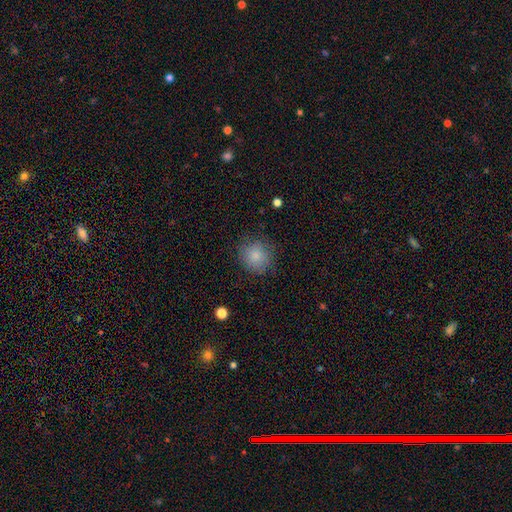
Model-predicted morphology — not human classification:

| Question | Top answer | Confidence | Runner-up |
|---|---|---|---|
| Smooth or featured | smooth | 84% | star or artifact (9%) |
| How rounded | round | 88% | in between (11%) |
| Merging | none | 81% | minor disturbance (13%) |